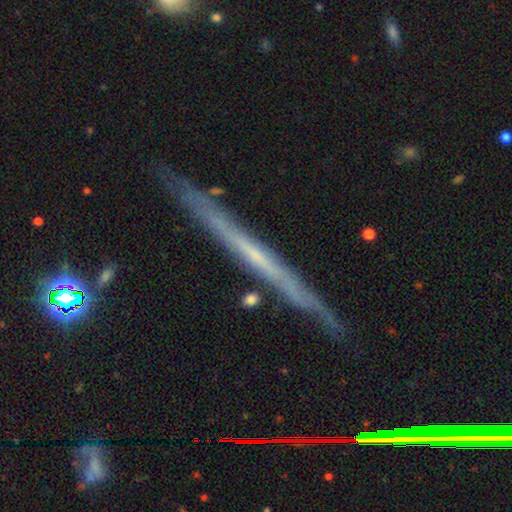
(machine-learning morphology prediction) smooth_or_featured: featured or disk (p=0.68) [alt: smooth p=0.22]
disk_edge_on: yes (p=0.96) [alt: no p=0.04]
edge_on_bulge: none (p=0.81) [alt: rounded p=0.15]
merging: none (p=0.87) [alt: minor disturbance p=0.10]